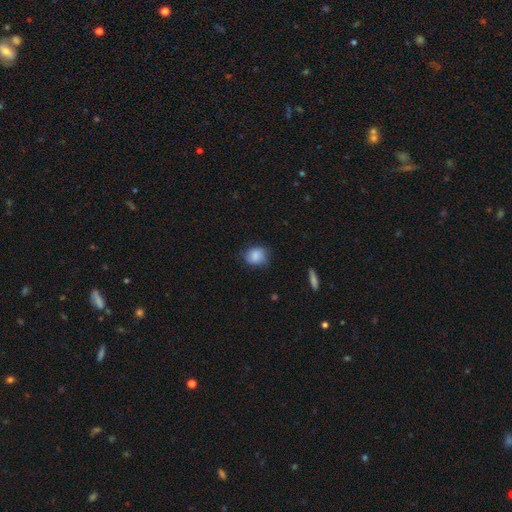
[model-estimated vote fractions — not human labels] This appears to be a smooth galaxy with no disk features (84%) that is round (63%). Merging: none (67%).